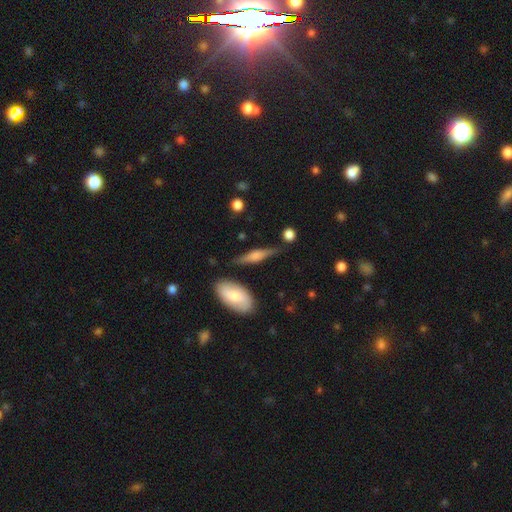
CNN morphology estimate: Smooth or featured? featured or disk (57%)
Edge-on disk? yes (94%)
Edge-on bulge? rounded (77%)
Merging? none (77%)